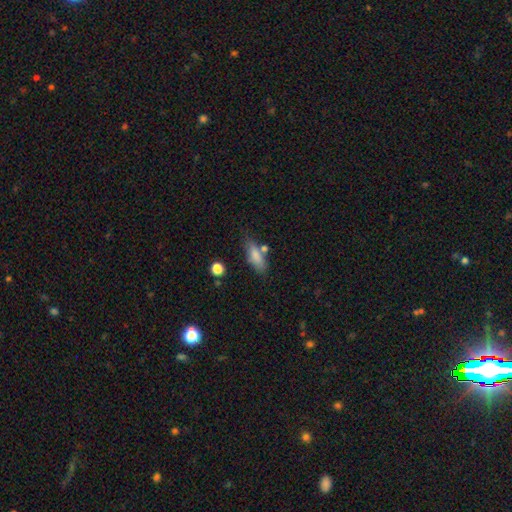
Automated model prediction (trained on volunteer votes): Smooth or featured? Predicted: smooth (p=0.80). How rounded? Predicted: in between (p=0.64). Merging? Predicted: none (p=0.62).